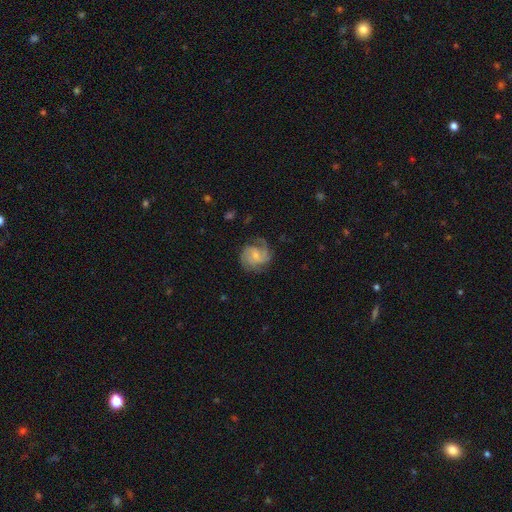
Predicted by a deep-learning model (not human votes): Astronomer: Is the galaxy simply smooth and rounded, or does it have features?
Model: featured or disk — 76%.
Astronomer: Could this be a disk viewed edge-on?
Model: no — 98%.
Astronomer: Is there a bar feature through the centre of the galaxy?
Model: no — 56% (runner-up: weak, 38%).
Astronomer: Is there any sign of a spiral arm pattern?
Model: yes — 94%.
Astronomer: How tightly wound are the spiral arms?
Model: medium — 46% (runner-up: tight, 35%).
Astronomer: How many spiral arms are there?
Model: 2 — 51%.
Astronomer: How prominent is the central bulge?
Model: small — 60%.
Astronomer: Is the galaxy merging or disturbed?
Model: none — 65%.